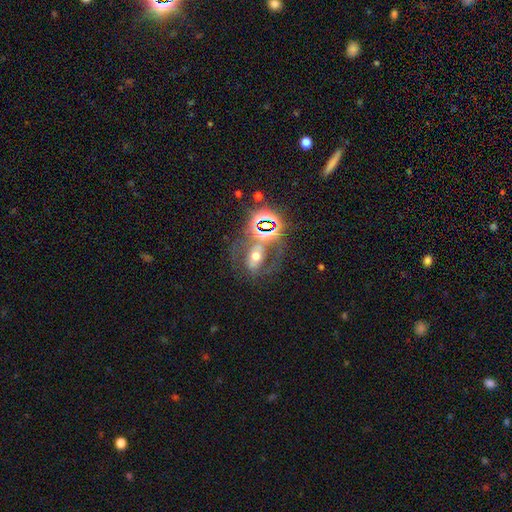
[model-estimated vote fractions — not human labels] Morphology: type=featured or disk (40%); merging=none (46%).